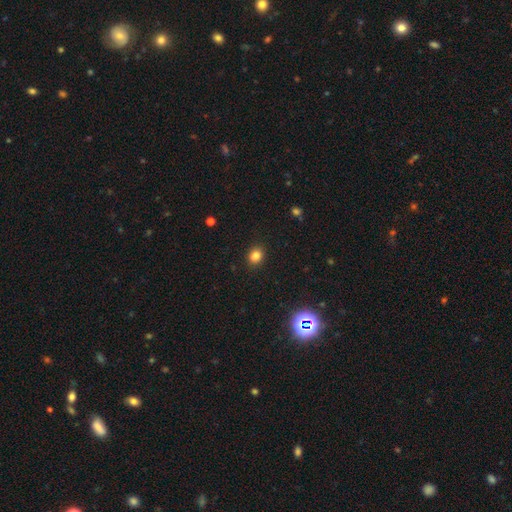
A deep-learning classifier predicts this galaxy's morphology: The model was most divided on "how rounded": round: 59%, in between: 40%, cigar-shaped: 1%. More confident: merging — none (89%); smooth or featured — smooth (83%).